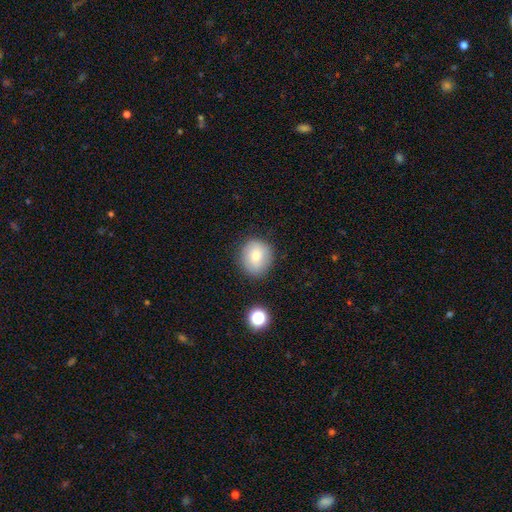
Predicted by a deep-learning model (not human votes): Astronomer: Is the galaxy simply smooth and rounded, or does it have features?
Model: smooth — 75%.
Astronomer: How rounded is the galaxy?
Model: round — 77%.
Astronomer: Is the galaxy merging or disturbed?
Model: none — 81%.